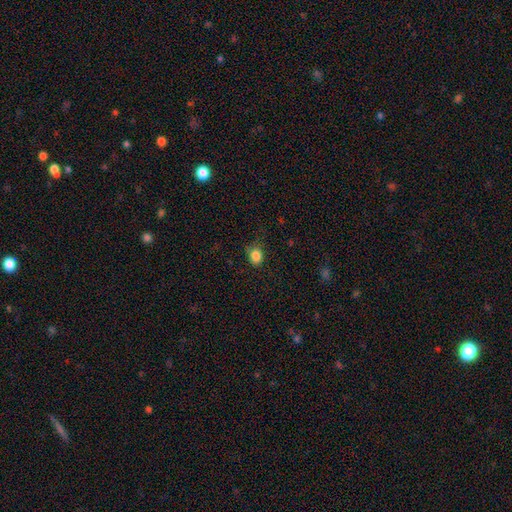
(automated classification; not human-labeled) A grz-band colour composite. It shows a smooth galaxy with no disk features (85%) that is round (55%). Merging: none (74%).